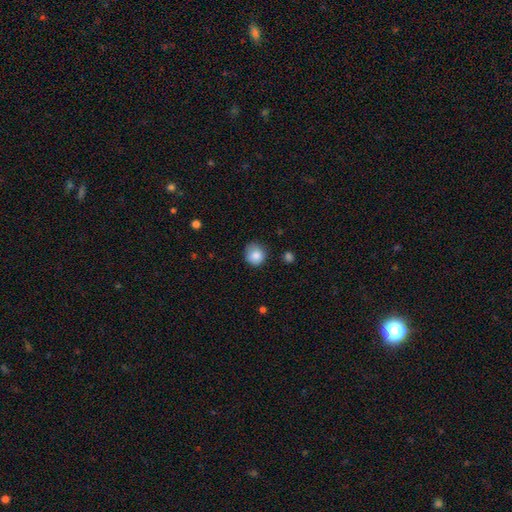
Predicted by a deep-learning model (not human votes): Morphology: type=smooth (85%); roundness=round (86%); merging=none (73%).